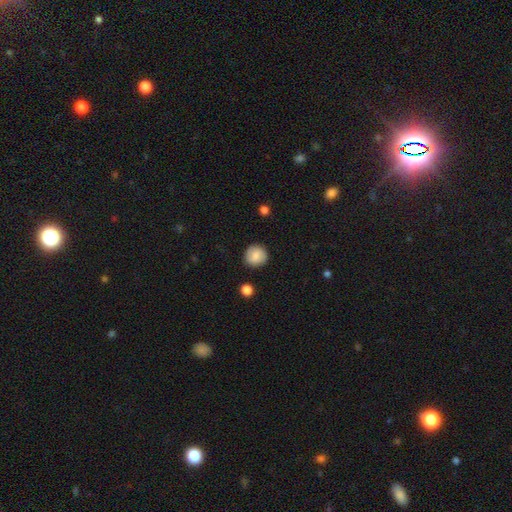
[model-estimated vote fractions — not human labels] This appears to be a smooth galaxy with no disk features (80%) that is round (91%). Merging: none (87%).